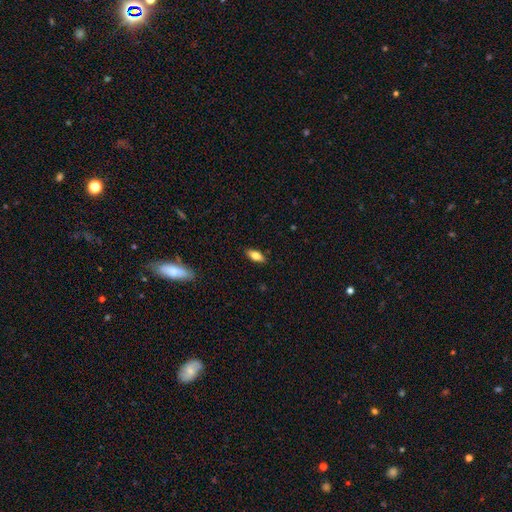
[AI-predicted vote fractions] Morphology: type=smooth (71%); roundness=in between (80%); merging=none (88%).